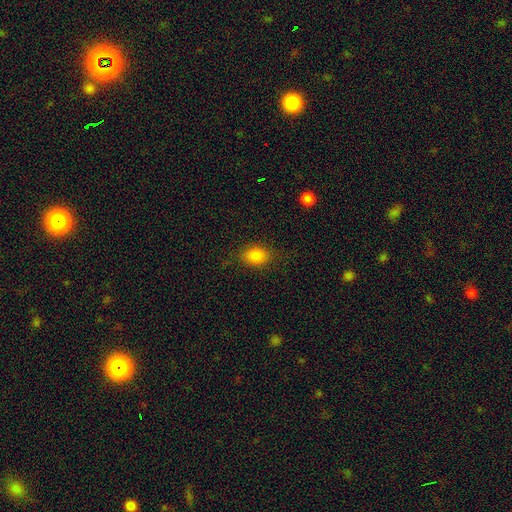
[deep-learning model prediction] smooth 83%, star or artifact 10%, featured or disk 7%. Down the decision tree: how rounded — in between (69%); merging — none (80%).